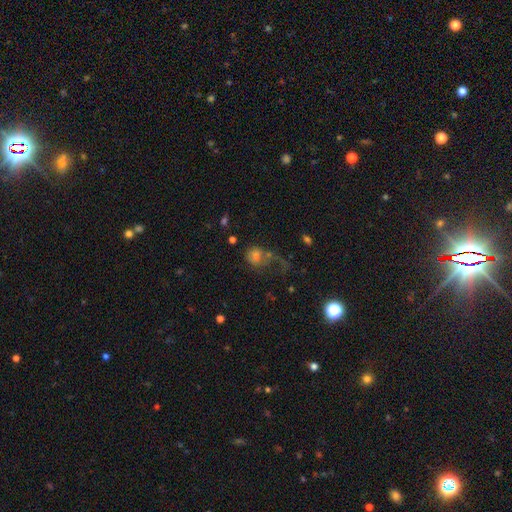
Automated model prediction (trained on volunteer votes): Smooth or featured? smooth (52%)
How rounded? round (61%)
Merging? major disturbance (43%)